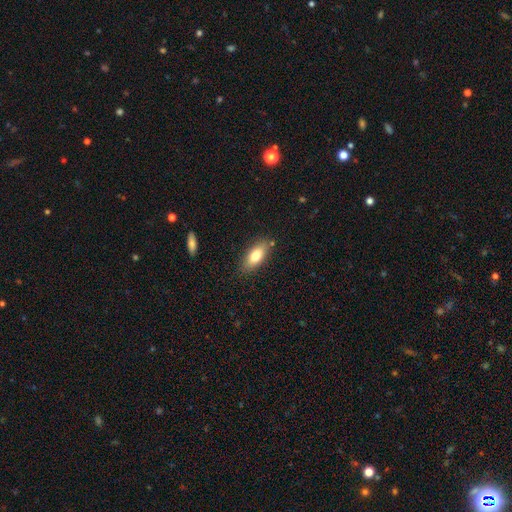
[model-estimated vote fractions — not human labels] Smooth or featured?
  - smooth: 76% *
  - featured or disk: 17%
  - star or artifact: 7%
How rounded?
  - in between: 82% *
  - cigar-shaped: 15%
  - round: 3%
Merging?
  - none: 82% *
  - minor disturbance: 12%
  - major disturbance: 3%
  - merger: 3%